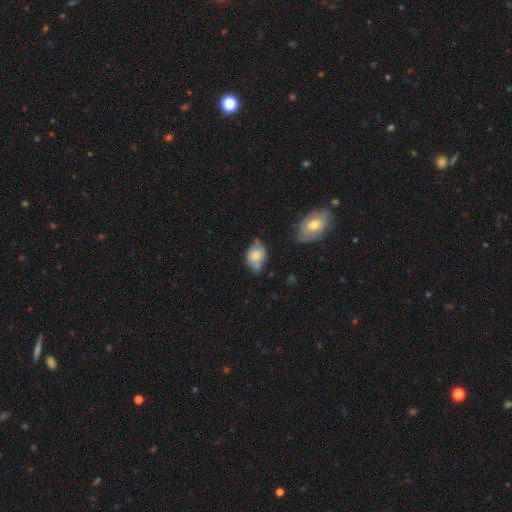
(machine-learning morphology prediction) A smooth galaxy with no disk features (70%) that is in between round and cigar-shaped (83%). Merging: none (45%).